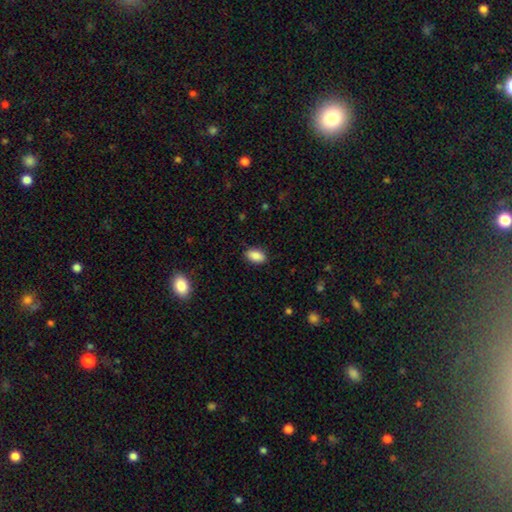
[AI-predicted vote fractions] smooth 89%, star or artifact 8%, featured or disk 4%. Down the decision tree: how rounded — in between (92%); merging — none (86%).